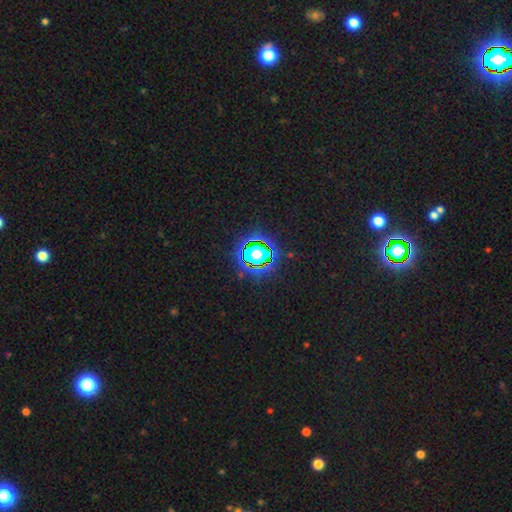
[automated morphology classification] Q: Smooth or featured?
A: star or artifact (65%); runner-up: smooth (24%)